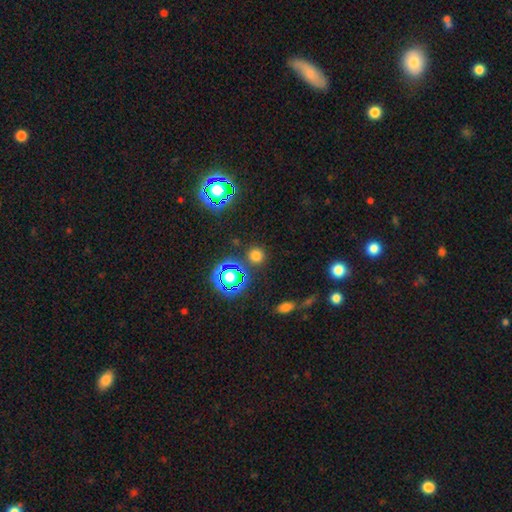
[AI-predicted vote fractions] Morphology: type=smooth (66%); roundness=round (92%); merging=none (86%).